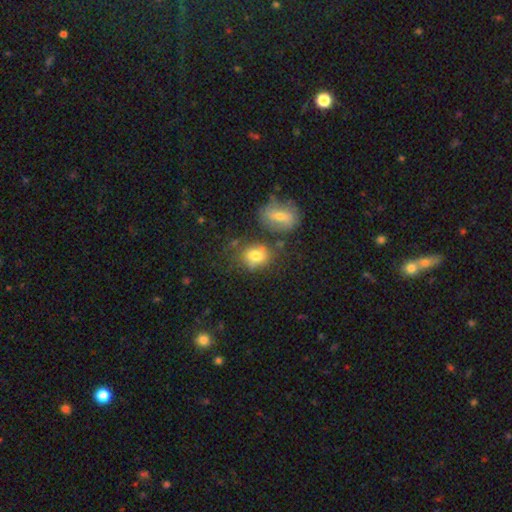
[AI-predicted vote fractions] Smooth or featured: smooth — 74% (featured or disk — 15%)
How rounded: round — 52% (in between — 47%)
Merging: none — 57% (minor disturbance — 19%)